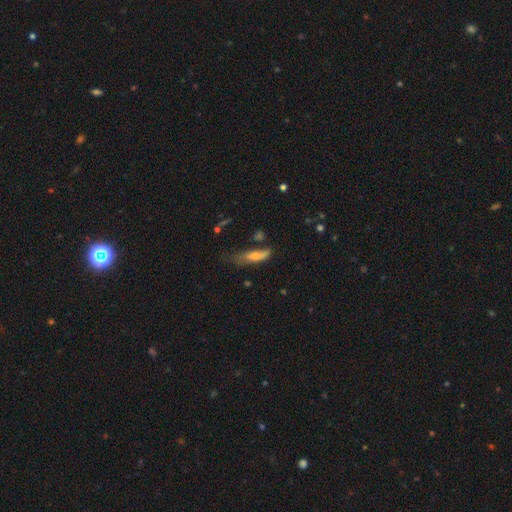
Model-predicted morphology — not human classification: This is possibly a smooth galaxy (58%). How rounded: possibly cigar-shaped (55%). Merging: marginally none (37%).